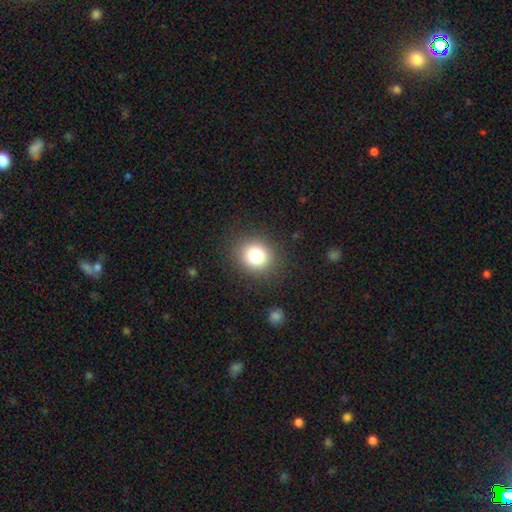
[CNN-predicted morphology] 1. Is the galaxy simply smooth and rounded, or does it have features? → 80% smooth, 12% star or artifact, 8% featured or disk.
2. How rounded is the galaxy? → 79% round, 20% in between, 1% cigar-shaped.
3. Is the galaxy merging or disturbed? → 88% none, 8% minor disturbance, 3% major disturbance, 1% merger.